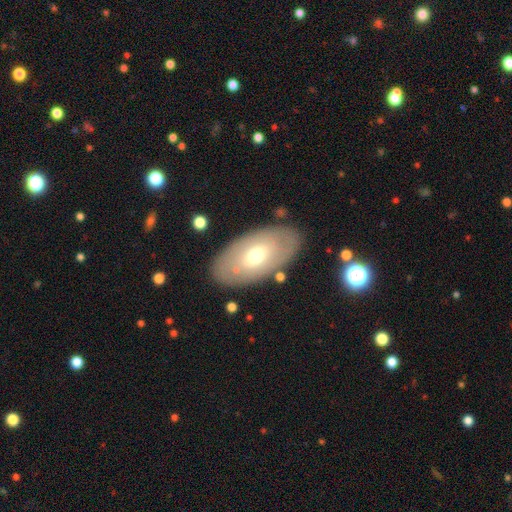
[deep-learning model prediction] Smooth or featured: smooth — 52% (featured or disk — 42%)
How rounded: in between — 94% (round — 4%)
Merging: none — 81% (minor disturbance — 12%)